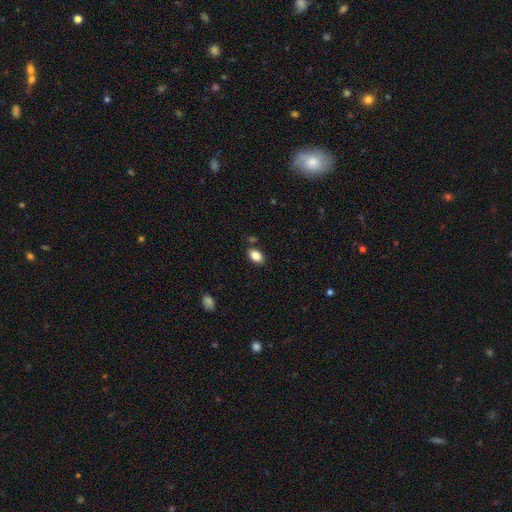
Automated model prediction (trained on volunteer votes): Smooth or featured: smooth — 85% (star or artifact — 8%)
How rounded: in between — 89% (round — 9%)
Merging: none — 82% (minor disturbance — 11%)